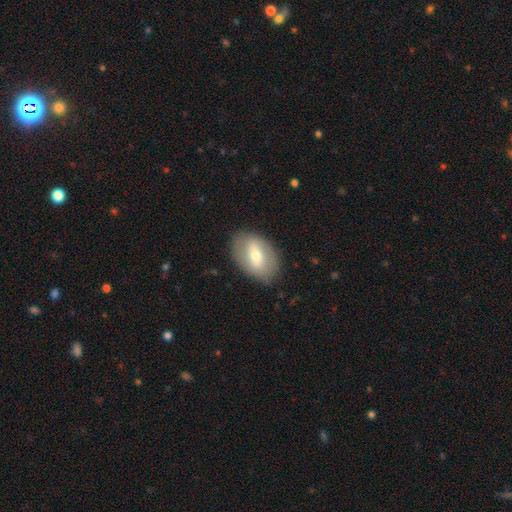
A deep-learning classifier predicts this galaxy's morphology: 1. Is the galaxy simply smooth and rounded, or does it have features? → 49% smooth, 44% featured or disk, 7% star or artifact.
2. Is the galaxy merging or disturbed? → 83% none, 12% minor disturbance, 4% major disturbance, 1% merger.